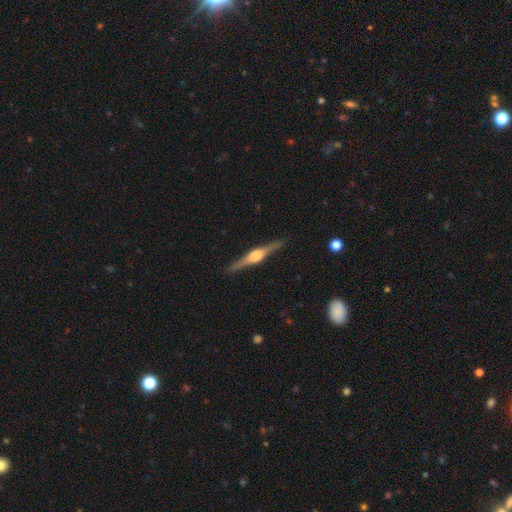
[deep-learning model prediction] The model was most divided on "smooth or featured": featured or disk: 84%, smooth: 11%, star or artifact: 5%. More confident: edge-on disk — yes (98%); merging — none (91%); edge-on bulge — rounded (87%).